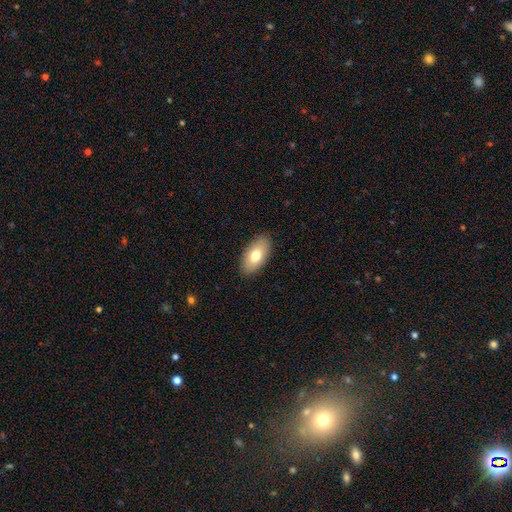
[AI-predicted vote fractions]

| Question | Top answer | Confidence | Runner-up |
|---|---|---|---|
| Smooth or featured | smooth | 75% | featured or disk (18%) |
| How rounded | in between | 93% | cigar-shaped (4%) |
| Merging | none | 89% | minor disturbance (9%) |